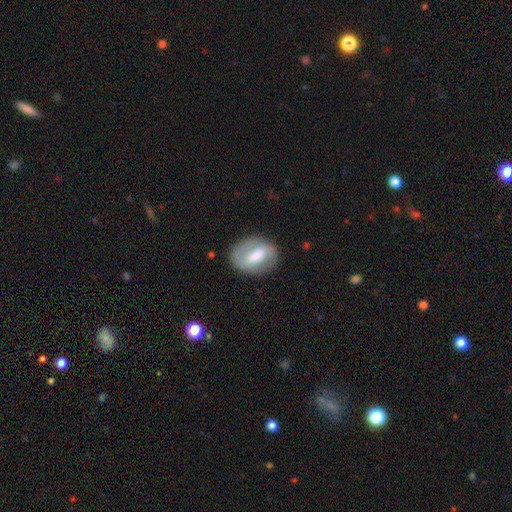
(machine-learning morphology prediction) This is possibly a featured or disk galaxy (54%). It is clearly not viewed edge-on (95%). Bar: marginally strong (43%). Spiral arm pattern: possibly yes (57%). Central bulge: possibly moderate (46%). Merging: likely none (77%).